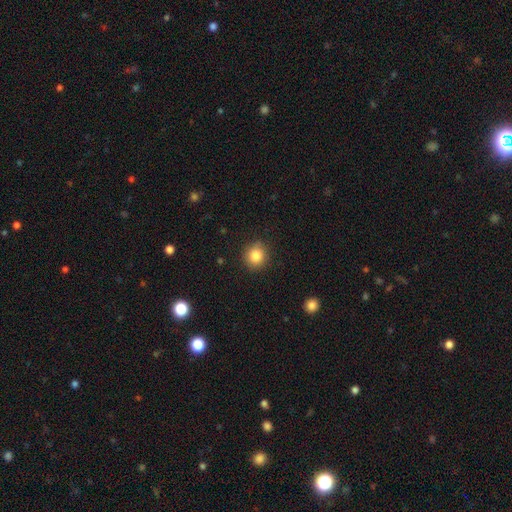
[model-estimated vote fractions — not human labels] smooth_or_featured: smooth (p=0.84) [alt: star or artifact p=0.10]
how_rounded: round (p=0.89) [alt: in between p=0.10]
merging: none (p=0.89) [alt: minor disturbance p=0.07]